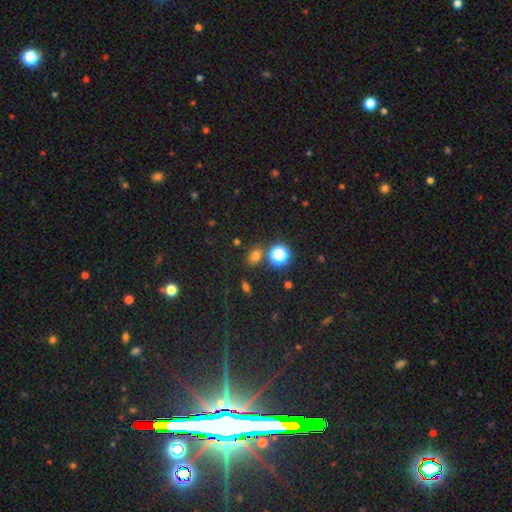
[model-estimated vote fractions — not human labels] Morphology: type=smooth (68%); roundness=round (52%); merging=none (79%).